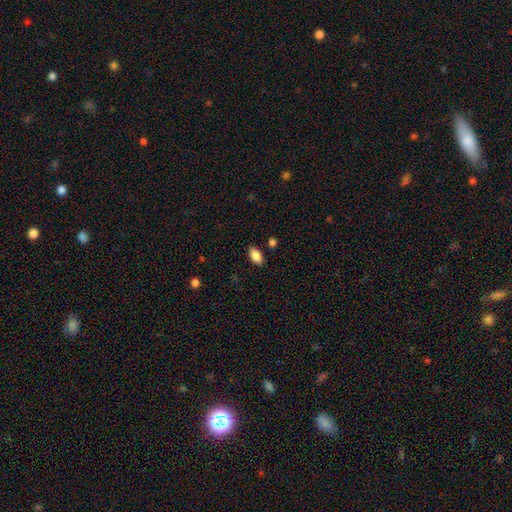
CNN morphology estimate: A smooth galaxy with no disk features (87%) that is in between round and cigar-shaped (92%). Merging: none (86%).